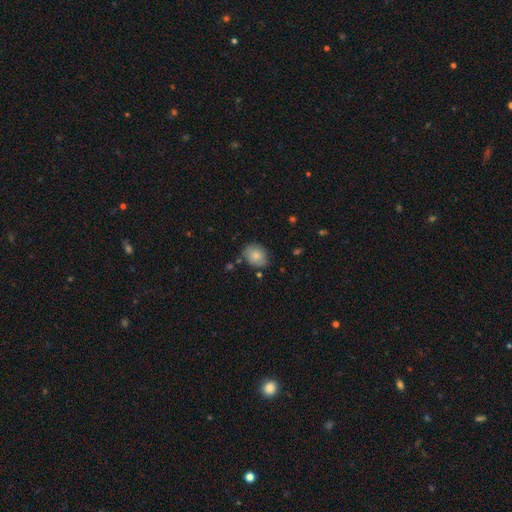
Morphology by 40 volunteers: This appears to be a smooth galaxy with no disk features (75%) that is in between round and cigar-shaped (57%). Merging: none (69%).